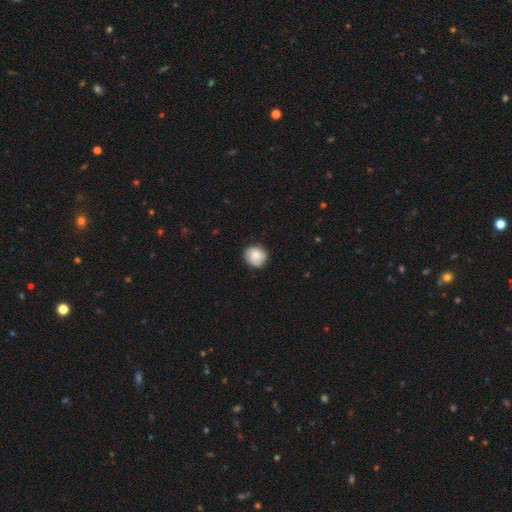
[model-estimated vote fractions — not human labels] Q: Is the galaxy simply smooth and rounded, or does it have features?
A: smooth — 73%.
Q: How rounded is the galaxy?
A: round — 86%.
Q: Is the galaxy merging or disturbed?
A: none — 84%.